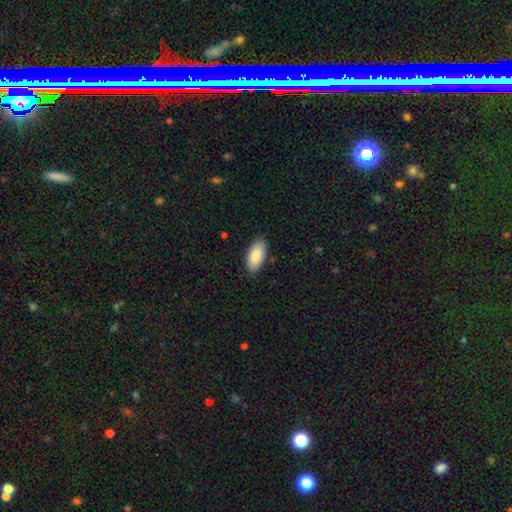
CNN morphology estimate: Smooth or featured? Predicted: smooth (p=0.87). How rounded? Predicted: in between (p=0.93). Merging? Predicted: none (p=0.87).